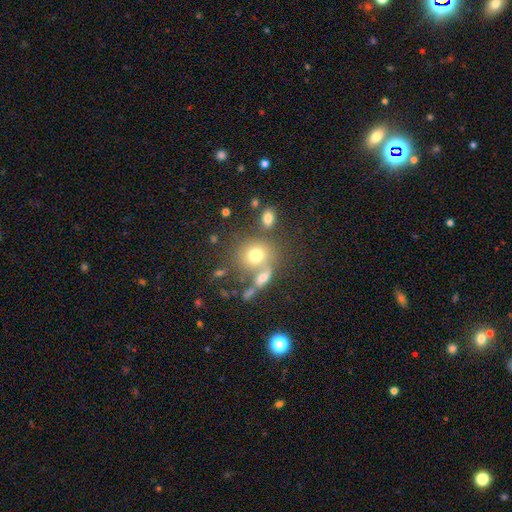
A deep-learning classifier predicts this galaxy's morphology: The model was most divided on "merging": none: 50%, merger: 31%, minor disturbance: 11%, major disturbance: 8%. More confident: how rounded — round (74%); smooth or featured — smooth (70%).